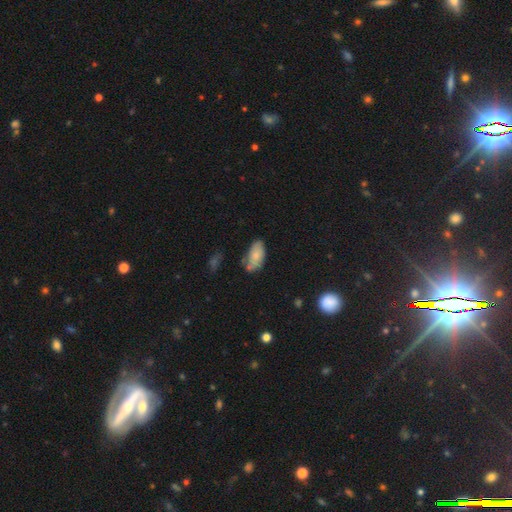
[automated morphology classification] Overall: smooth (75%). How rounded: in between (93%). Merging: none (57%; minor disturbance 28%).